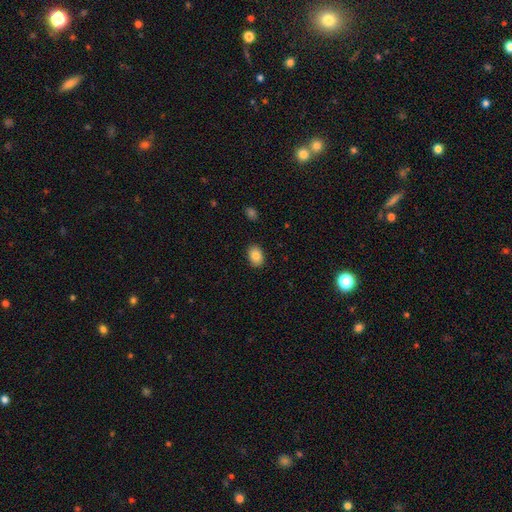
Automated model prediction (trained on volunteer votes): This is clearly a smooth galaxy (85%). How rounded: likely in between (80%). Merging: clearly none (89%).